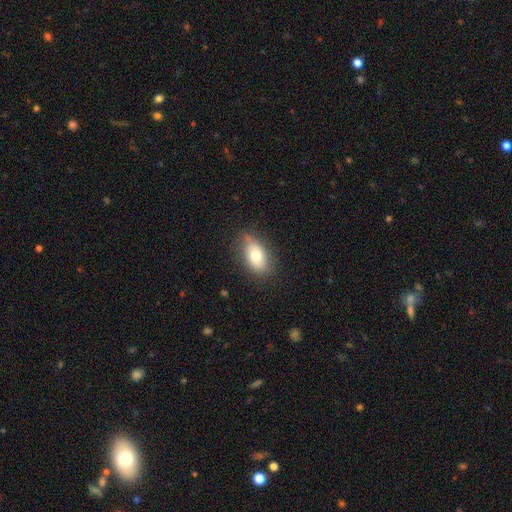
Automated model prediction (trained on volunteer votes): Morphology: type=smooth (73%); roundness=in between (88%); merging=none (73%).